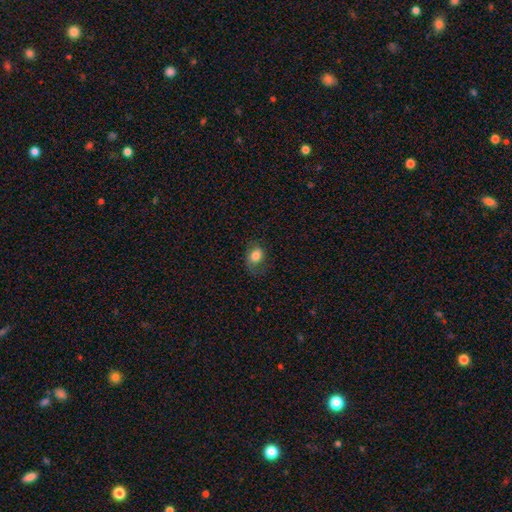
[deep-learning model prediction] Morphology: type=smooth (78%); roundness=in between (62%); merging=none (55%).